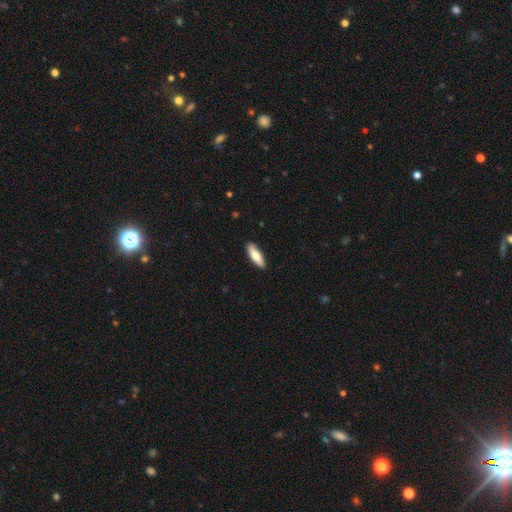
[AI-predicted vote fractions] A smooth galaxy with no disk features (71%) that is cigar-shaped (51%). Merging: none (89%).